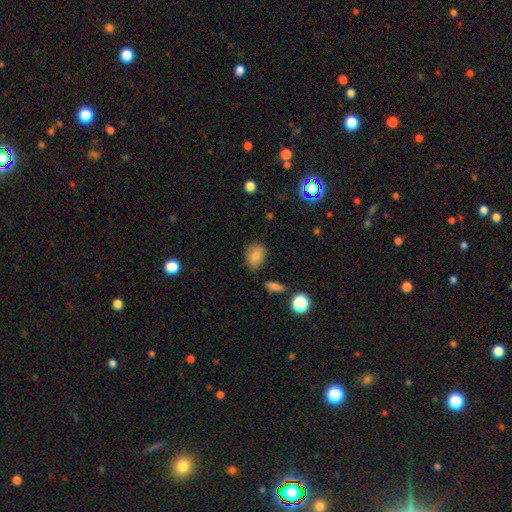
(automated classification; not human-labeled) This appears to be a smooth galaxy with no disk features (84%) that is in between round and cigar-shaped (72%). Merging: none (75%).